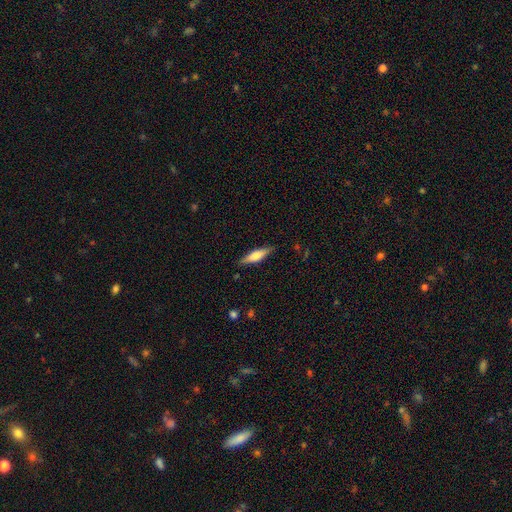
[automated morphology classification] smooth-or-featured: smooth: 51% | featured or disk: 43% | star or artifact: 6%
  how-rounded: cigar-shaped: 69% | in between: 29% | round: 2%
  merging: none: 87% | minor disturbance: 10% | major disturbance: 2% | merger: 1%